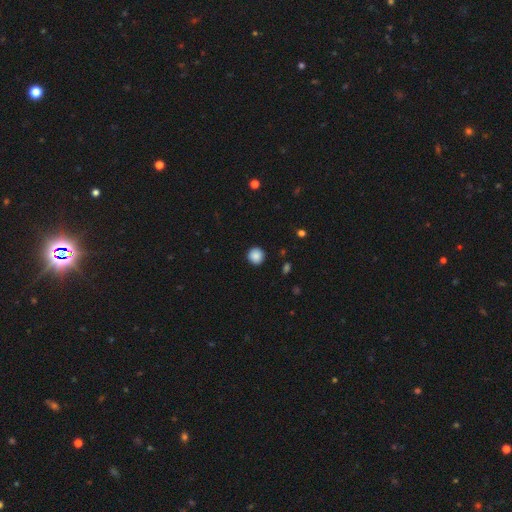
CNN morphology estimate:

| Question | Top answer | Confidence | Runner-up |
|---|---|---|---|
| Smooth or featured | smooth | 88% | star or artifact (9%) |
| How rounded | round | 95% | in between (4%) |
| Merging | none | 92% | minor disturbance (5%) |